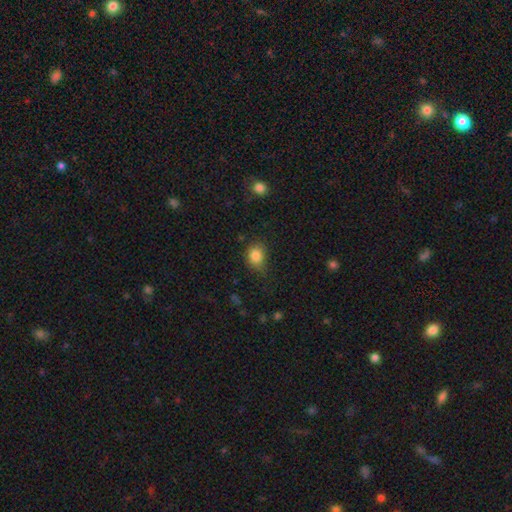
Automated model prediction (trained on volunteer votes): Smooth or featured: smooth — 84% (star or artifact — 10%)
How rounded: round — 52% (in between — 47%)
Merging: none — 64% (minor disturbance — 27%)